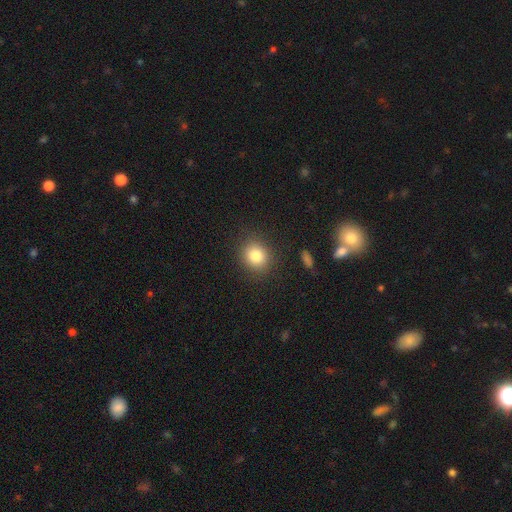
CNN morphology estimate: smooth 81%, star or artifact 11%, featured or disk 7%. Down the decision tree: how rounded — round (73%); merging — none (87%).